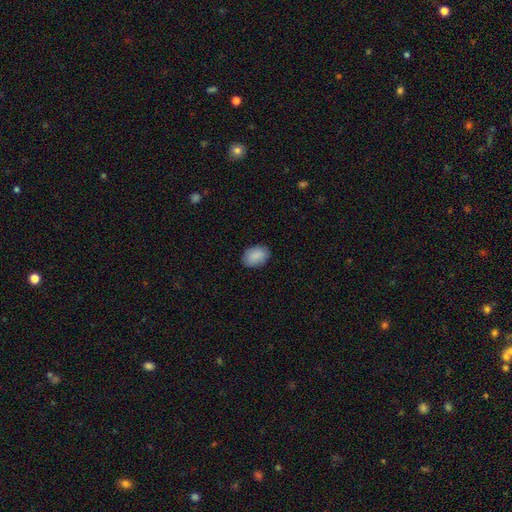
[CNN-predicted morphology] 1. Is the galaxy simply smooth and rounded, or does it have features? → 90% smooth, 7% star or artifact, 4% featured or disk.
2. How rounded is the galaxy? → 84% in between, 15% round, 1% cigar-shaped.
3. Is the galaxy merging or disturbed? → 86% none, 11% minor disturbance, 2% major disturbance, 1% merger.